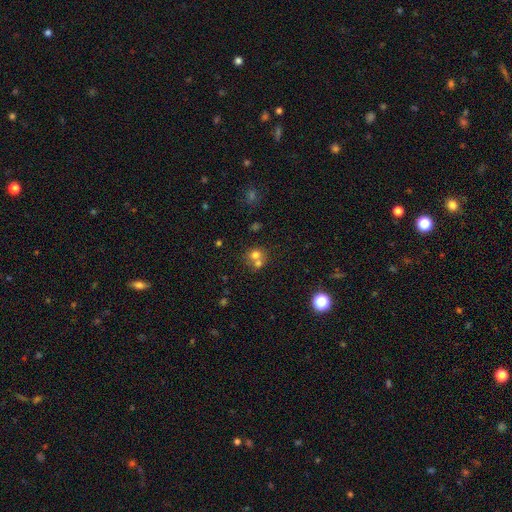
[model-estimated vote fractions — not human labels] Smooth or featured? smooth (68%)
How rounded? round (78%)
Merging? merger (53%)